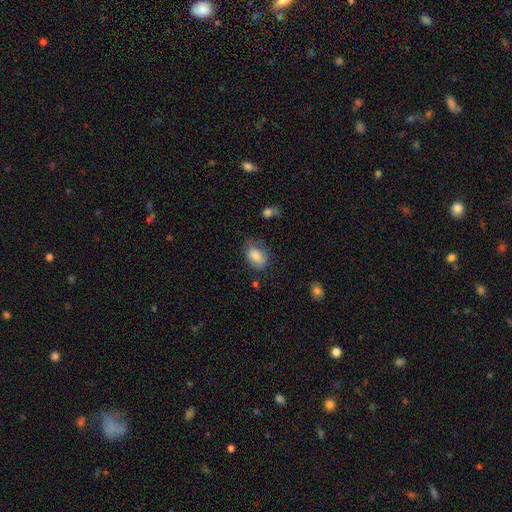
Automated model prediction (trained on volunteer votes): smooth-or-featured: smooth: 79% | featured or disk: 13% | star or artifact: 8%
  how-rounded: in between: 85% | round: 14% | cigar-shaped: 1%
  merging: none: 56% | minor disturbance: 30% | major disturbance: 11% | merger: 3%